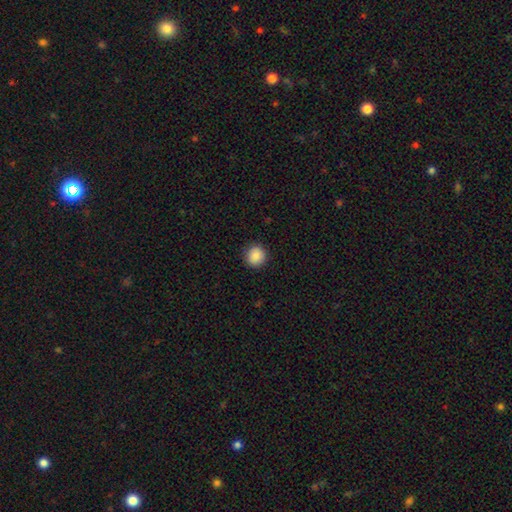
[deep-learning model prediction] Smooth or featured: smooth — 86% (star or artifact — 9%)
How rounded: round — 92% (in between — 7%)
Merging: none — 91% (minor disturbance — 6%)